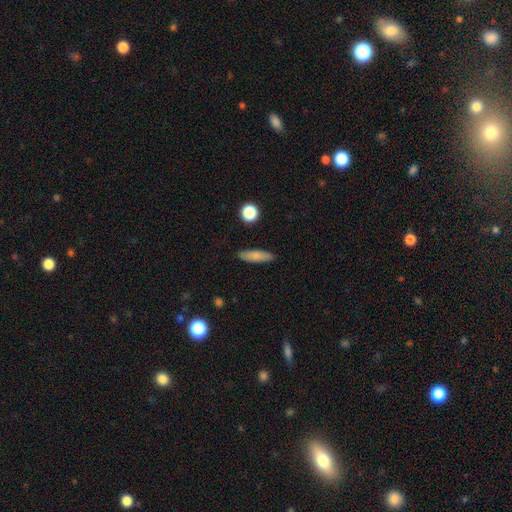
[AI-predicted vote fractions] This appears to be a smooth galaxy with no disk features (81%) that is cigar-shaped (56%). Merging: none (88%).